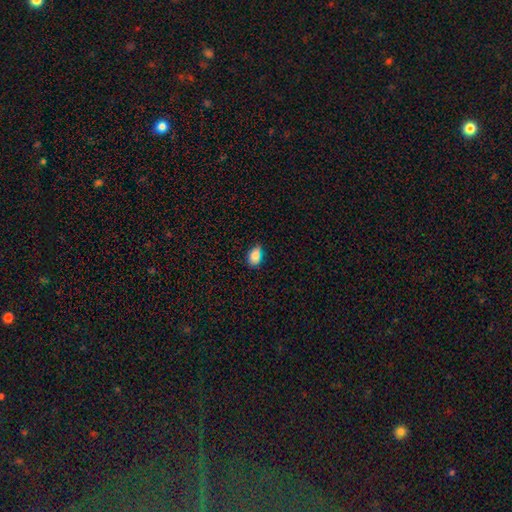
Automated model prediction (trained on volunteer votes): Smooth or featured? smooth (81%)
How rounded? in between (84%)
Merging? none (68%)